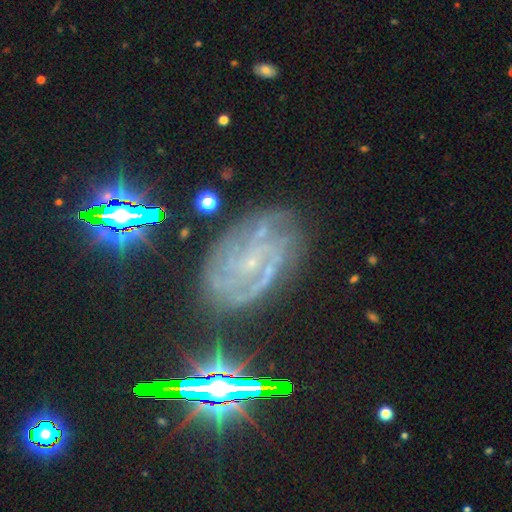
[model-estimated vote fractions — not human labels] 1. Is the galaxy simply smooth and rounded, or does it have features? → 76% featured or disk, 16% star or artifact, 8% smooth.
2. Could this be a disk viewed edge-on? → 97% no, 3% yes.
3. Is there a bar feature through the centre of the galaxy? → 54% no, 35% weak, 11% strong.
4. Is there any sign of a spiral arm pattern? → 95% yes, 5% no.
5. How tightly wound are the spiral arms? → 53% tight, 37% medium, 10% loose.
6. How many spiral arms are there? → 29% can't tell, 23% 2, 18% 3, 14% 4, 9% more than 4, 7% 1.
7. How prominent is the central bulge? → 82% small, 8% none, 8% moderate, 1% large, 1% dominant.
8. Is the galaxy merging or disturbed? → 71% none, 18% minor disturbance, 9% major disturbance, 3% merger.